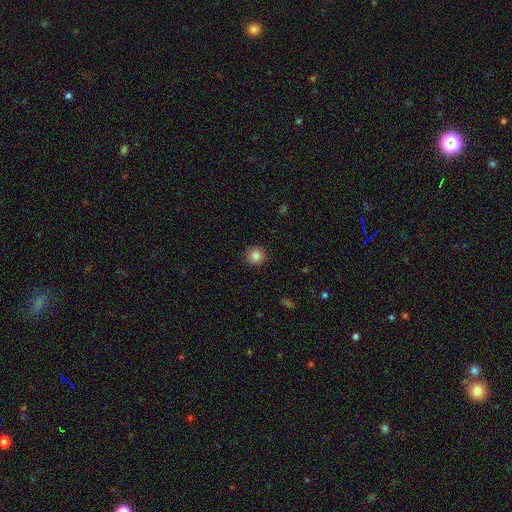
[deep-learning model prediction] This is clearly a smooth galaxy (85%). How rounded: clearly round (95%). Merging: clearly none (92%).